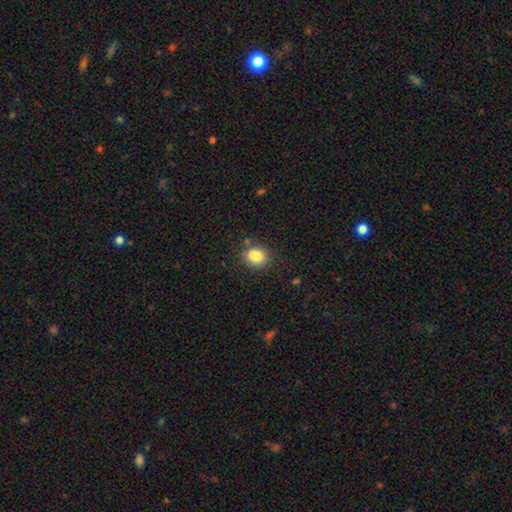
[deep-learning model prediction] A smooth galaxy with no disk features (81%) that is round (61%). Merging: none (69%).